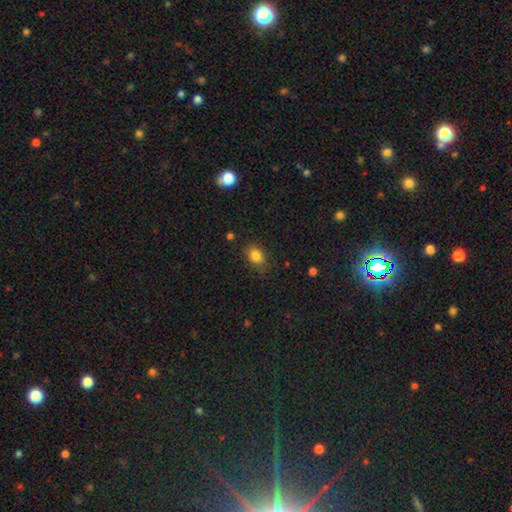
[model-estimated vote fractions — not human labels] This is clearly a smooth galaxy (83%). How rounded: likely in between (64%). Merging: likely none (76%).